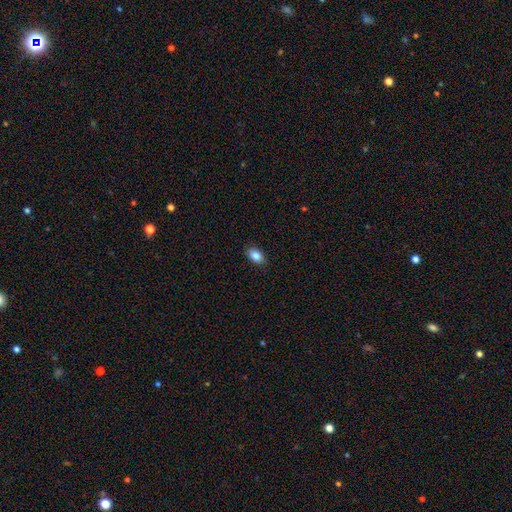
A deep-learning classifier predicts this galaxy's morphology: A smooth galaxy with no disk features (86%) that is in between round and cigar-shaped (88%).

Vote fractions:
- Smooth or featured? smooth: 86% / star or artifact: 8% / featured or disk: 6%
- How rounded? in between: 88% / round: 10% / cigar-shaped: 2%
- Merging? none: 89% / minor disturbance: 8% / major disturbance: 2% / merger: 1%